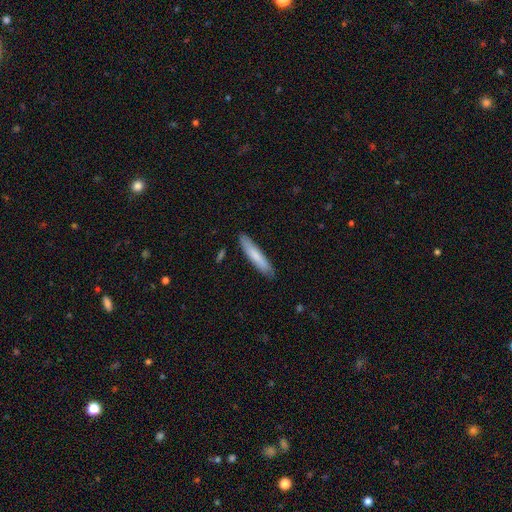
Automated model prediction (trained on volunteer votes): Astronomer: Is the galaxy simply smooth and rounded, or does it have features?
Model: smooth — 77%.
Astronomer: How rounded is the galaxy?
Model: cigar-shaped — 89%.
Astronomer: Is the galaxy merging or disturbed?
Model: none — 87%.